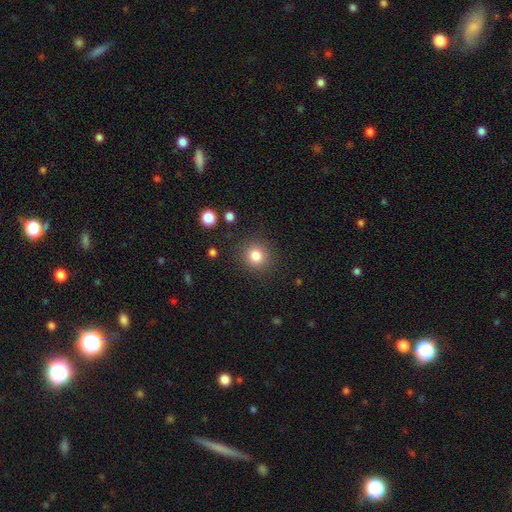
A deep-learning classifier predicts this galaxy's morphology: This is clearly a smooth galaxy (82%). How rounded: clearly round (91%). Merging: clearly none (88%).